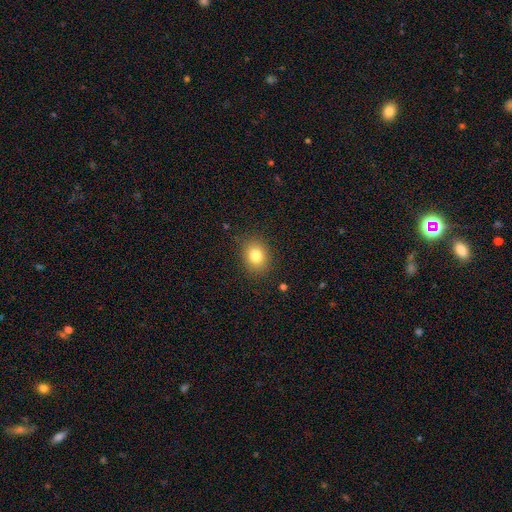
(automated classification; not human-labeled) Q: Smooth or featured?
A: smooth (81%); runner-up: star or artifact (11%)
Q: How rounded?
A: in between (52%); runner-up: round (47%)
Q: Merging?
A: none (86%); runner-up: minor disturbance (10%)